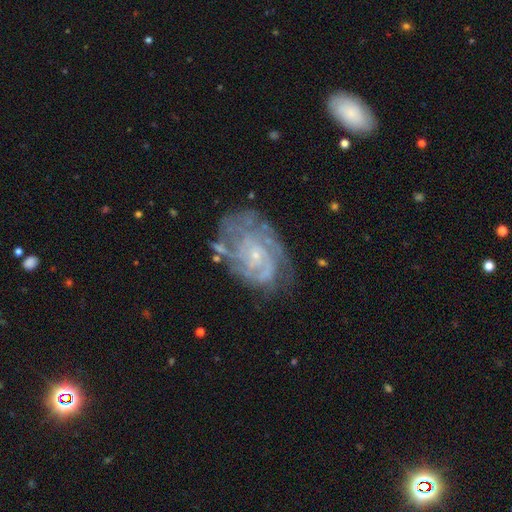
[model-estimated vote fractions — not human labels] Morphology: type=featured or disk (84%); edge-on=no (97%); bar=no (73%); spiral arms=yes (92%); winding=tight (66%); arm count=can't tell (39%); bulge=small (81%); merging=none (62%).